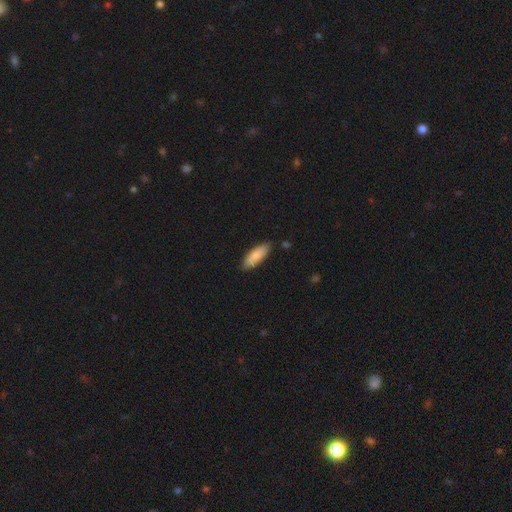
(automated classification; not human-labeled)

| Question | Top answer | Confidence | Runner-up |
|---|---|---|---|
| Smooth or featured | smooth | 85% | featured or disk (9%) |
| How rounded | in between | 67% | cigar-shaped (31%) |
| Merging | none | 84% | minor disturbance (12%) |